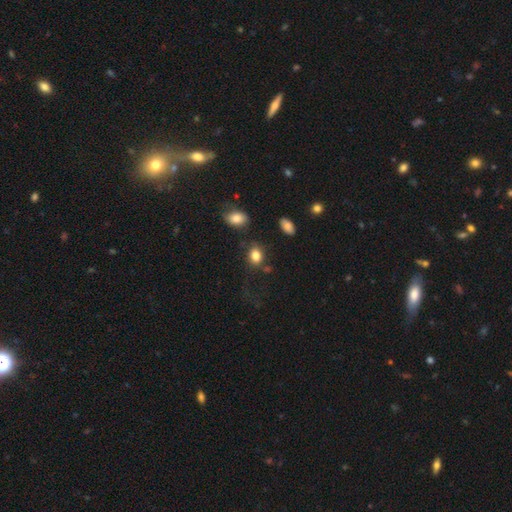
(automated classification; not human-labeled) Smooth or featured? Predicted: smooth (p=0.84). How rounded? Predicted: in between (p=0.55). Merging? Predicted: none (p=0.68).